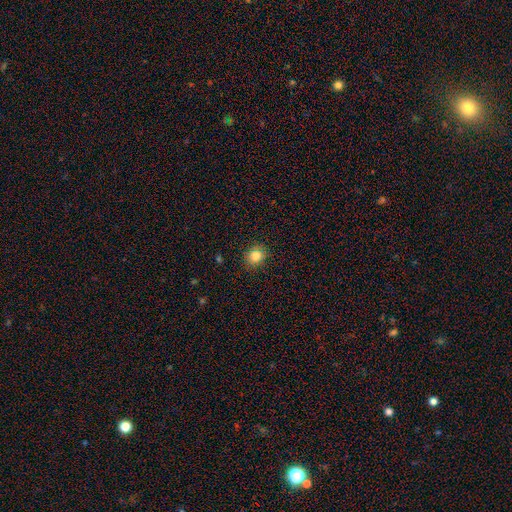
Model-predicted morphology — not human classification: Smooth or featured? Predicted: smooth (p=0.83). How rounded? Predicted: round (p=0.73). Merging? Predicted: none (p=0.87).